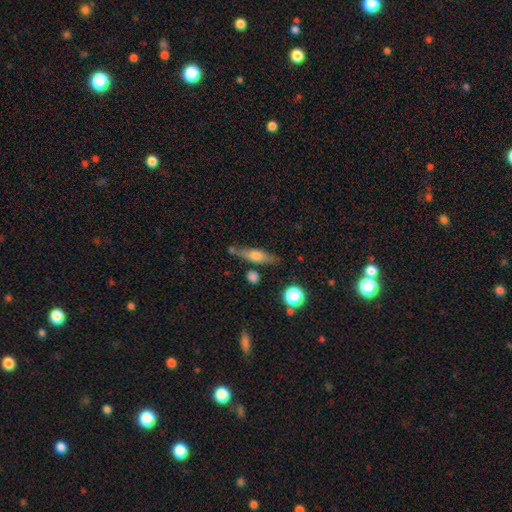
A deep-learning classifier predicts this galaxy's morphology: Smooth or featured?
  - smooth: 48% *
  - featured or disk: 43%
  - star or artifact: 9%
Merging?
  - none: 71% *
  - minor disturbance: 16%
  - merger: 9%
  - major disturbance: 5%